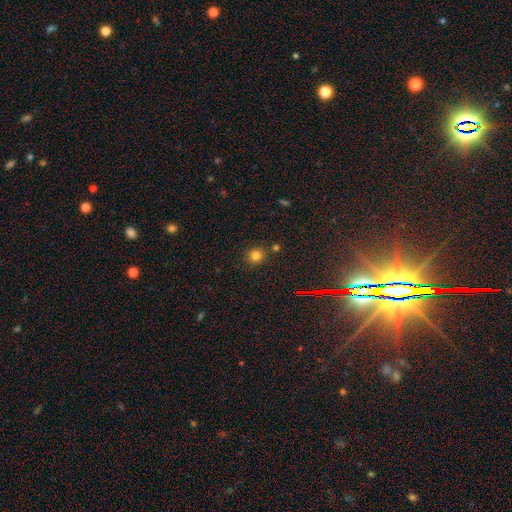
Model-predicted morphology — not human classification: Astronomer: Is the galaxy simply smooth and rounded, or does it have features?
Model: smooth — 78%.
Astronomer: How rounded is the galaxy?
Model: round — 90%.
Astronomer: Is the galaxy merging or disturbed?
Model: none — 83%.